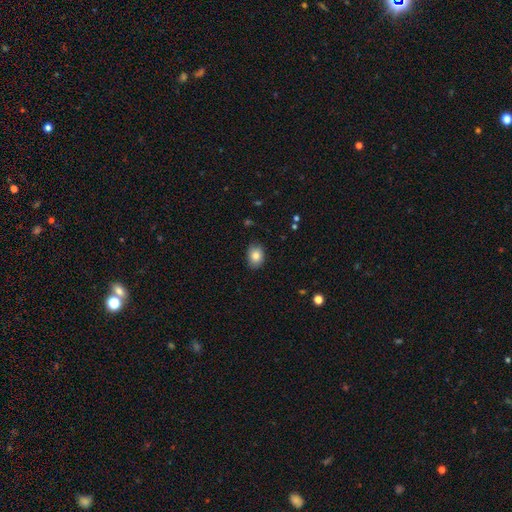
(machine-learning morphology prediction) A smooth galaxy with no disk features (83%) that is in between round and cigar-shaped (66%).

Vote fractions:
- Smooth or featured? smooth: 83% / star or artifact: 8% / featured or disk: 8%
- How rounded? in between: 66% / round: 33% / cigar-shaped: 1%
- Merging? none: 83% / minor disturbance: 13% / major disturbance: 2% / merger: 1%